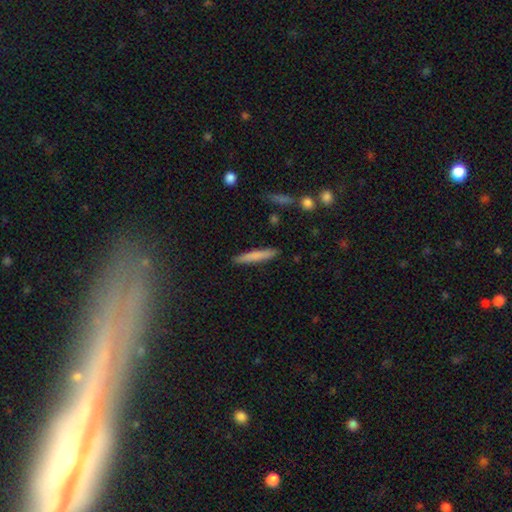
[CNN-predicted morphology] This appears to be a smooth galaxy with no disk features (75%) that is cigar-shaped (93%). Merging: none (89%).